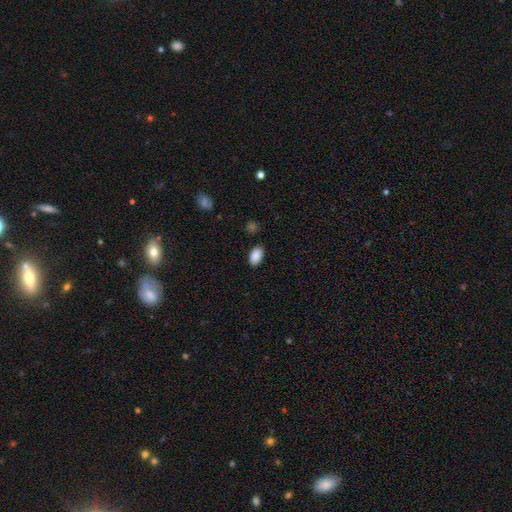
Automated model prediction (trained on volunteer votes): smooth 89%, star or artifact 7%, featured or disk 4%. Down the decision tree: how rounded — in between (93%); merging — none (85%).